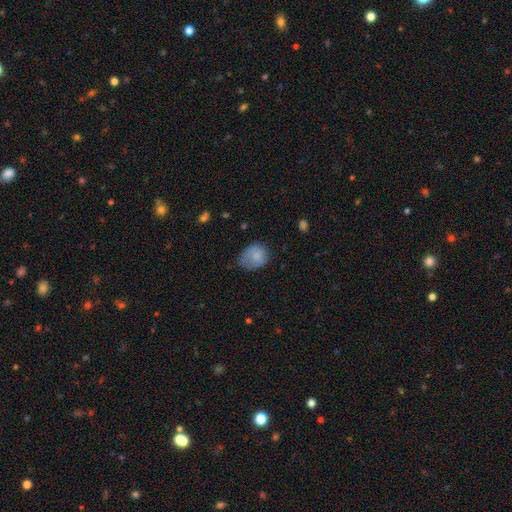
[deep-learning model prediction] smooth 81%, featured or disk 11%, star or artifact 8%. Down the decision tree: how rounded — round (56%); merging — none (47%).